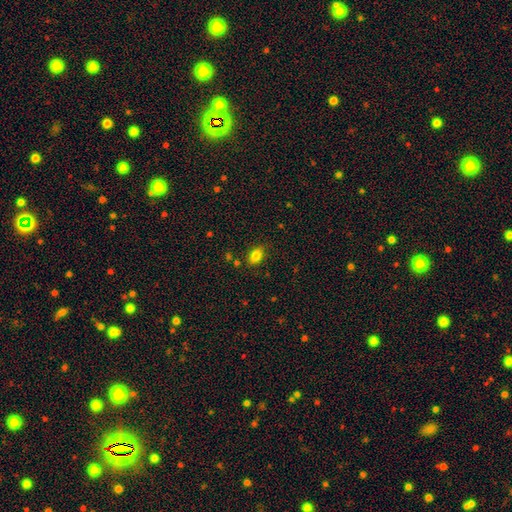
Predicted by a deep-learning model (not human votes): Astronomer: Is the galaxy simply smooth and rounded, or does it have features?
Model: smooth — 82%.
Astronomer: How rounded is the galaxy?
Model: in between — 81%.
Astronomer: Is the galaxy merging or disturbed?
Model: none — 83%.